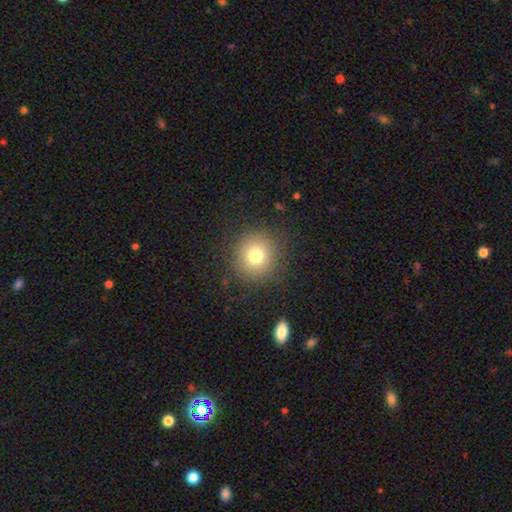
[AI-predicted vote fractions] Smooth or featured?
  - smooth: 76% *
  - star or artifact: 13%
  - featured or disk: 10%
How rounded?
  - round: 92% *
  - in between: 7%
  - cigar-shaped: 1%
Merging?
  - none: 87% *
  - minor disturbance: 8%
  - major disturbance: 4%
  - merger: 1%